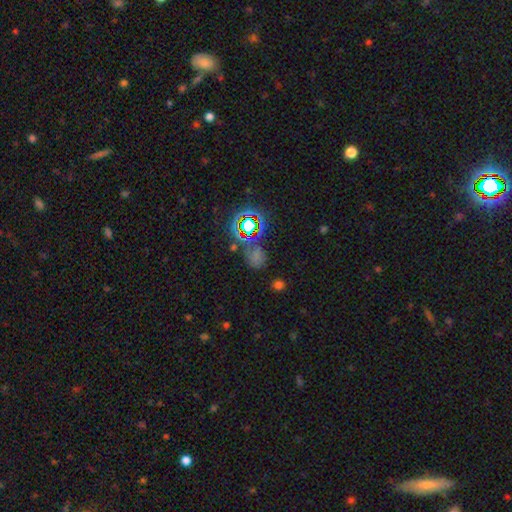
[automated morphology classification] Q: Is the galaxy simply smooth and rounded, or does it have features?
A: star or artifact — 45%.